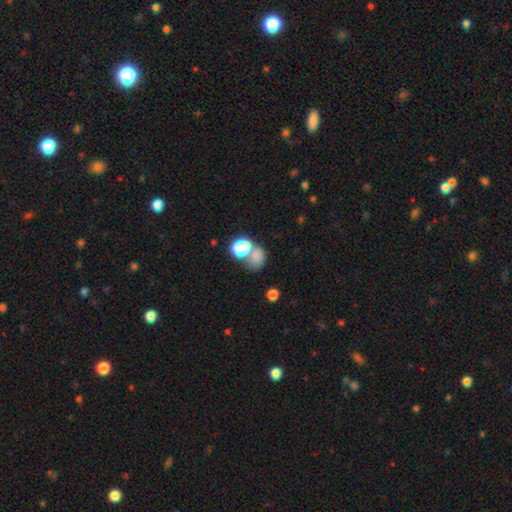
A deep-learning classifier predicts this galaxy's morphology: type=smooth (71%); roundness=in between (50%); merging=merger (45%).